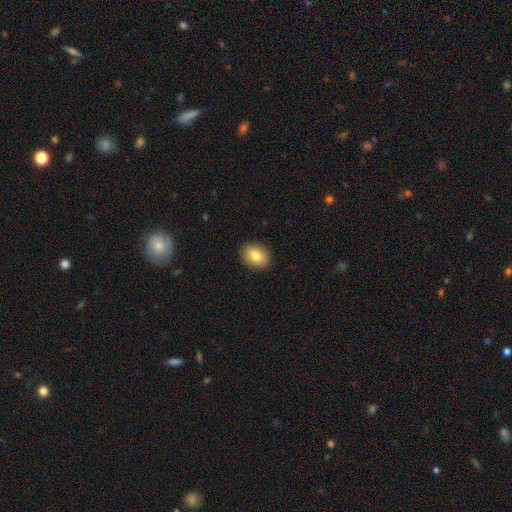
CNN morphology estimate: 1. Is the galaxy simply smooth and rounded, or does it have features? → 83% smooth, 10% featured or disk, 8% star or artifact.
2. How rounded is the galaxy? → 66% in between, 33% round, 1% cigar-shaped.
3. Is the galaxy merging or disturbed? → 90% none, 7% minor disturbance, 2% major disturbance, 1% merger.